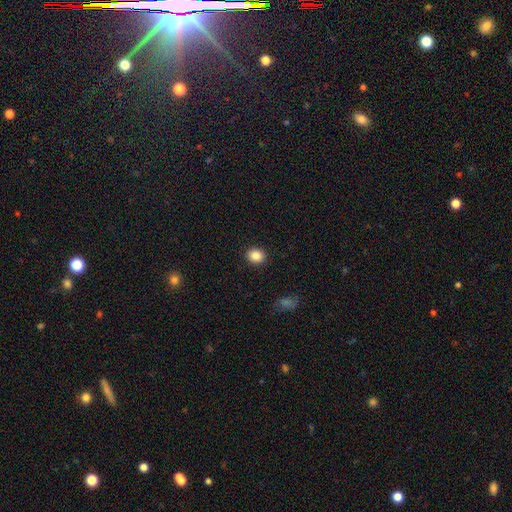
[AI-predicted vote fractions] Smooth or featured: smooth — 86% (star or artifact — 9%)
How rounded: round — 63% (in between — 36%)
Merging: none — 90% (minor disturbance — 6%)